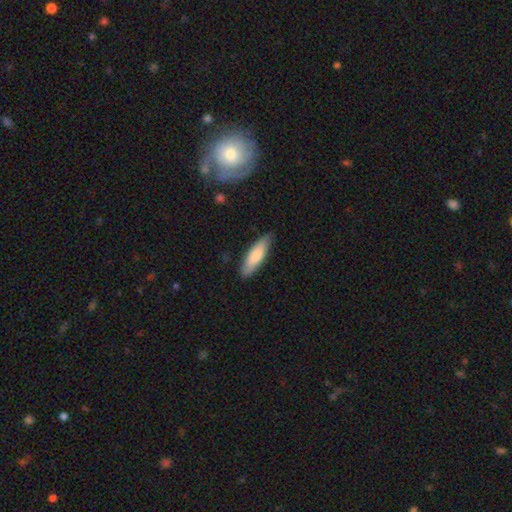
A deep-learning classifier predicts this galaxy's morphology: The model was most divided on "how rounded": cigar-shaped: 60%, in between: 39%, round: 1%. More confident: merging — none (84%); smooth or featured — smooth (79%).